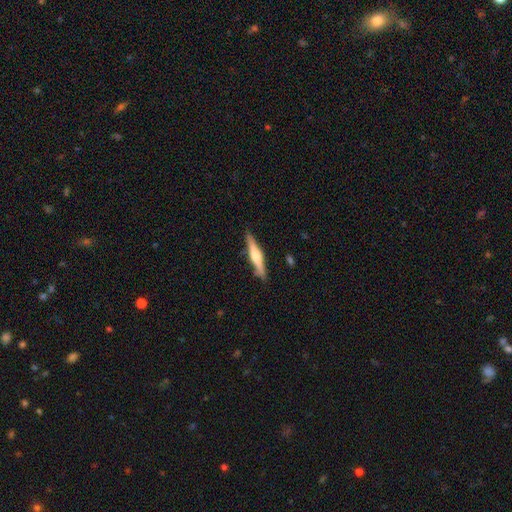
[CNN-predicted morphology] This is possibly a featured or disk galaxy (57%). It is clearly viewed edge-on (96%). Edge-on bulge: clearly rounded (84%). Merging: clearly none (86%).